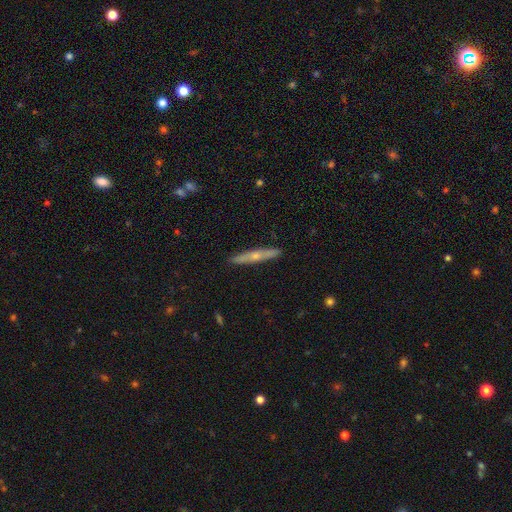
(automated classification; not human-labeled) Smooth or featured?
  - featured or disk: 55% *
  - smooth: 39%
  - star or artifact: 6%
Edge-on disk?
  - yes: 93% *
  - no: 7%
Edge-on bulge?
  - rounded: 78% *
  - none: 20%
  - boxy: 3%
Merging?
  - none: 91% *
  - minor disturbance: 7%
  - major disturbance: 1%
  - merger: 1%